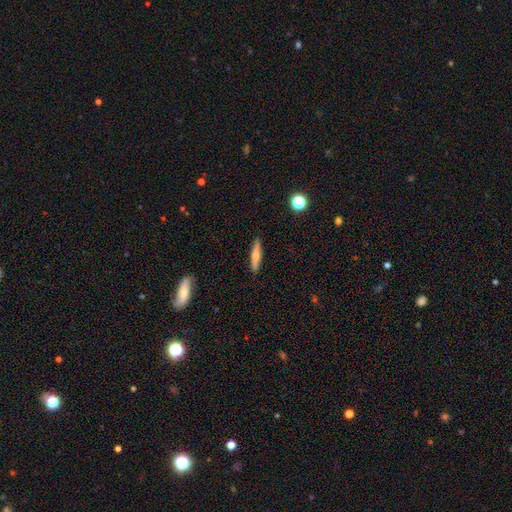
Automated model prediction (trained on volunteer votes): The model was most divided on "smooth or featured": smooth: 65%, featured or disk: 28%, star or artifact: 7%. More confident: merging — none (89%); how rounded — cigar-shaped (85%).